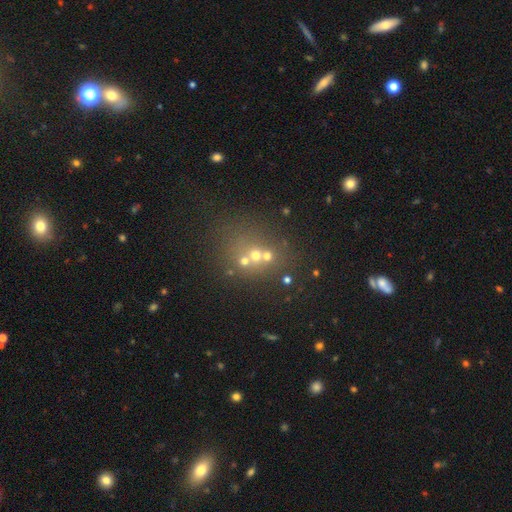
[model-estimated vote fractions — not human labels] Smooth or featured? smooth (47%)
Merging? none (43%)